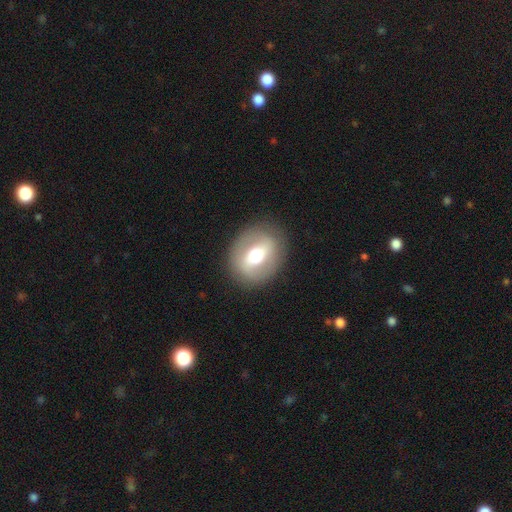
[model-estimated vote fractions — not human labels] smooth_or_featured: featured or disk (p=0.54) [alt: smooth p=0.39]
disk_edge_on: no (p=0.89) [alt: yes p=0.11]
merging: none (p=0.85) [alt: minor disturbance p=0.09]